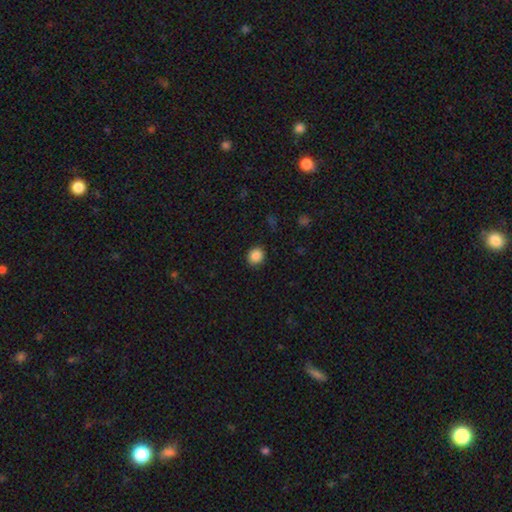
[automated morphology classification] type=smooth (87%); roundness=round (77%); merging=none (90%).